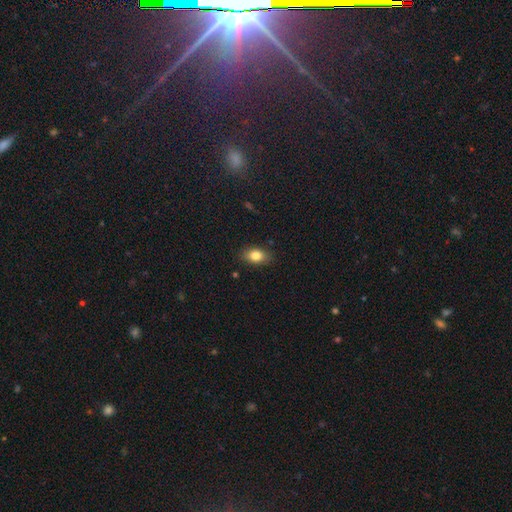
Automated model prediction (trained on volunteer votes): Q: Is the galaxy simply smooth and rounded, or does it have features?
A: smooth — 82%.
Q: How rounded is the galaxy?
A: in between — 84%.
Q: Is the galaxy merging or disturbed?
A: none — 85%.